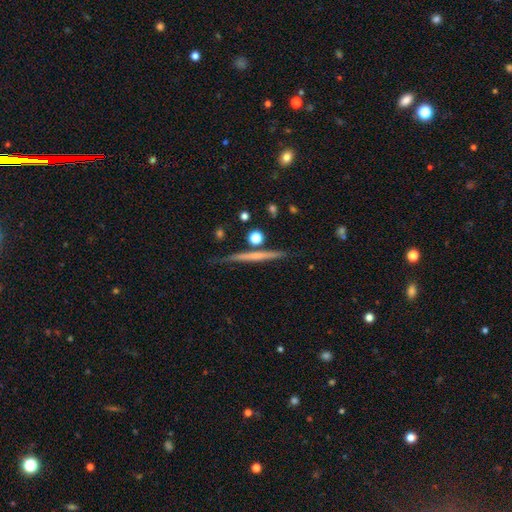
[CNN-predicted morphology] The model was most divided on "smooth or featured": featured or disk: 56%, smooth: 37%, star or artifact: 7%. More confident: edge-on disk — yes (97%); merging — none (83%); edge-on bulge — none (79%).